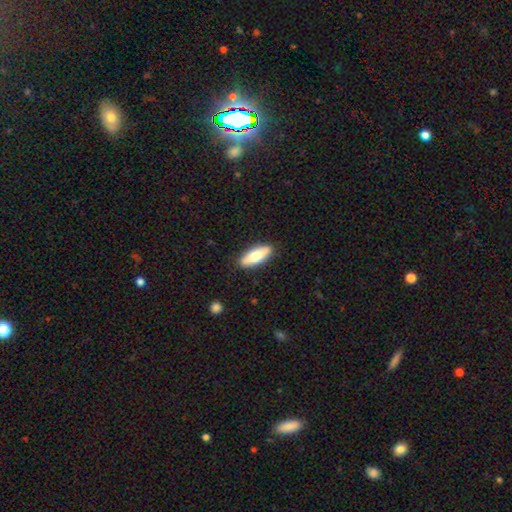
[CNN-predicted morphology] smooth-or-featured: smooth: 71% | featured or disk: 24% | star or artifact: 6%
  how-rounded: in between: 73% | cigar-shaped: 25% | round: 2%
  merging: none: 86% | minor disturbance: 11% | major disturbance: 2% | merger: 1%